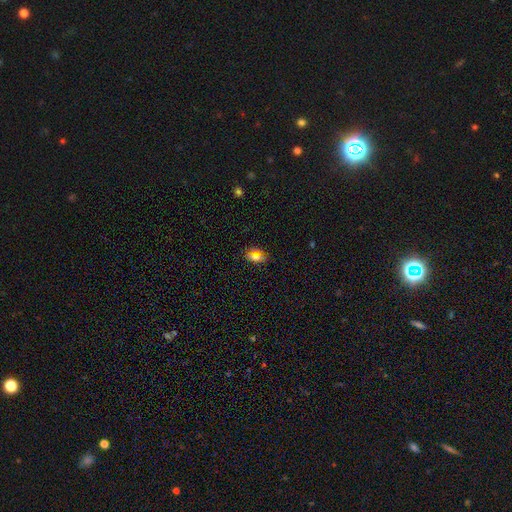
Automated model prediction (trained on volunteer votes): This is likely a smooth galaxy (65%). How rounded: likely in between (77%). Merging: clearly none (82%).